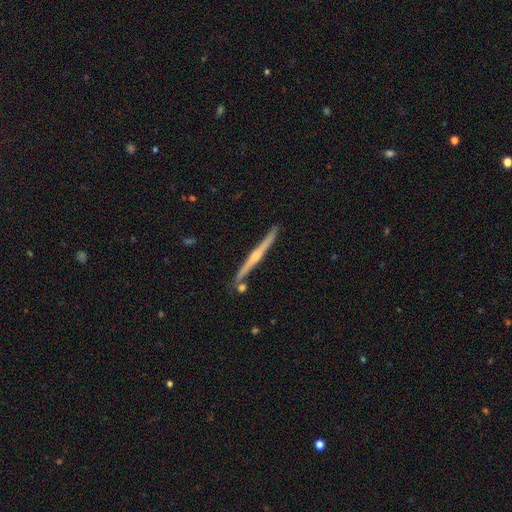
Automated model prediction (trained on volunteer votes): Smooth or featured? featured or disk (77%)
Edge-on disk? yes (98%)
Edge-on bulge? rounded (79%)
Merging? none (87%)